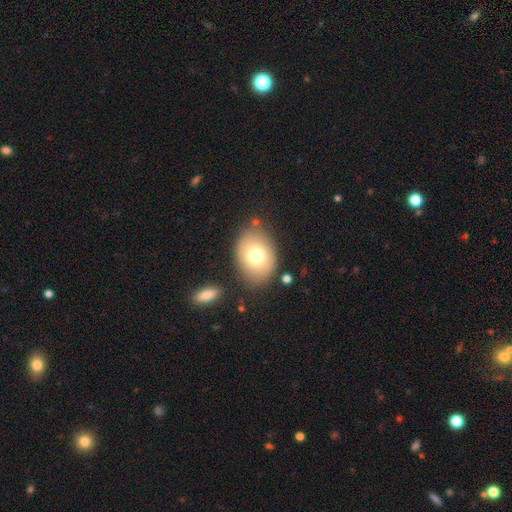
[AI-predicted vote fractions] smooth 73%, featured or disk 18%, star or artifact 9%. Down the decision tree: how rounded — in between (71%); merging — none (78%).